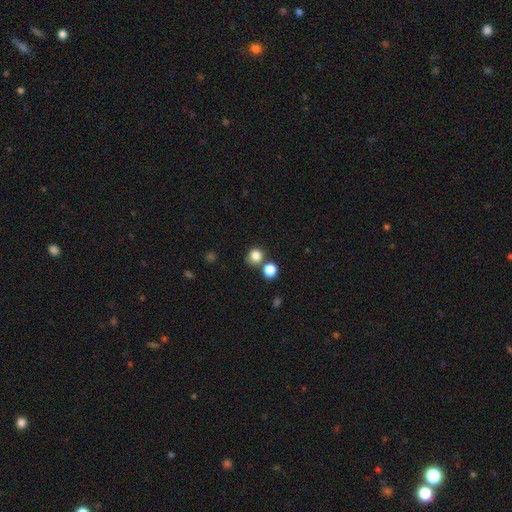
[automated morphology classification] The model was most divided on "merging": none: 71%, merger: 16%, minor disturbance: 9%, major disturbance: 3%. More confident: how rounded — round (86%); smooth or featured — smooth (83%).